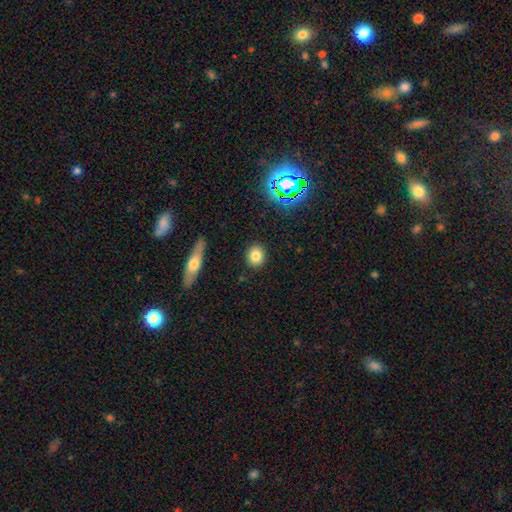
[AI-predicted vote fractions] The model was most divided on "how rounded": round: 69%, in between: 29%, cigar-shaped: 2%. More confident: merging — none (89%); smooth or featured — smooth (80%).